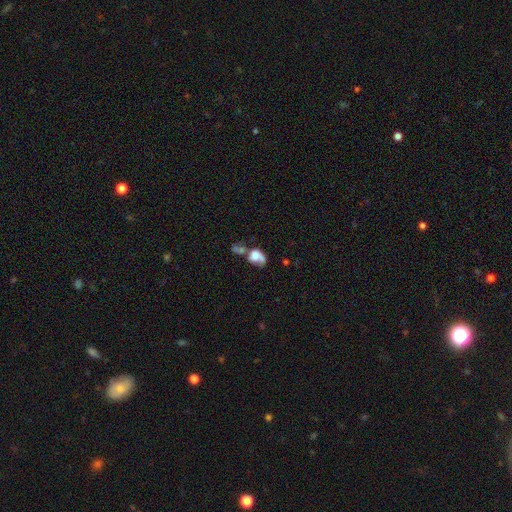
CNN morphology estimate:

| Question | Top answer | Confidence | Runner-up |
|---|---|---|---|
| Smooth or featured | smooth | 53% | featured or disk (35%) |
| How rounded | in between | 70% | round (28%) |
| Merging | merger | 49% | major disturbance (23%) |